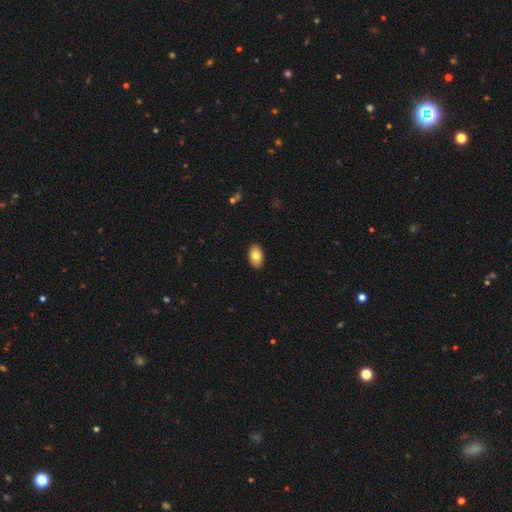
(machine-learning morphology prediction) Smooth or featured?
  - smooth: 80% *
  - featured or disk: 13%
  - star or artifact: 7%
How rounded?
  - in between: 92% *
  - round: 6%
  - cigar-shaped: 1%
Merging?
  - none: 90% *
  - minor disturbance: 7%
  - major disturbance: 2%
  - merger: 1%